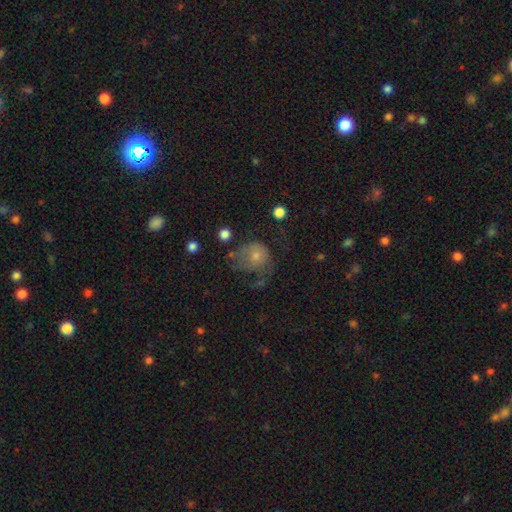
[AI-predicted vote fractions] This appears to be a smooth galaxy with no disk features (64%) that is round (71%). Merging: major disturbance (39%).